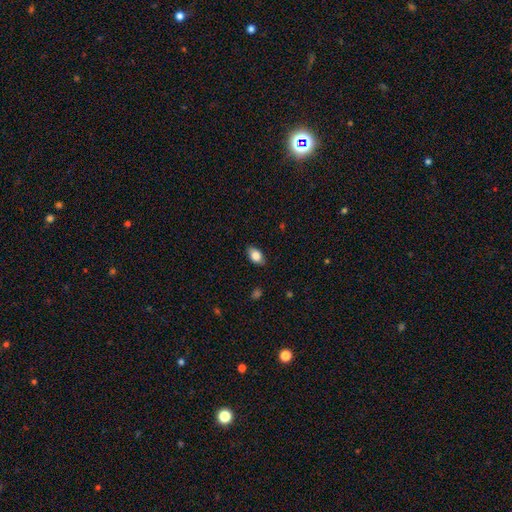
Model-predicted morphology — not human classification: type=smooth (83%); roundness=in between (89%); merging=none (85%).